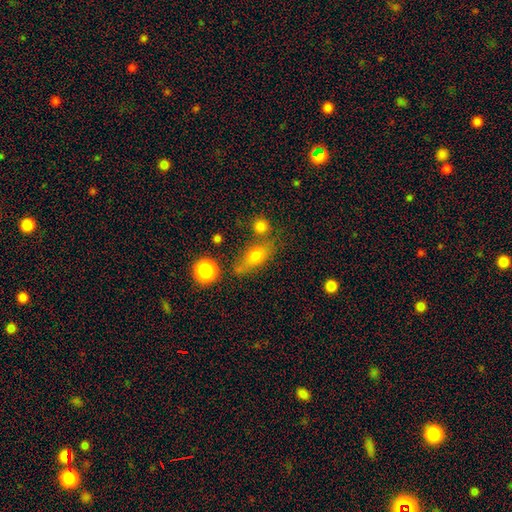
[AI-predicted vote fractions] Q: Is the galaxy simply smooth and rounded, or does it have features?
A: smooth — 69%.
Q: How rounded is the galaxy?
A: in between — 63%.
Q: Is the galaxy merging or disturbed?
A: none — 58%.